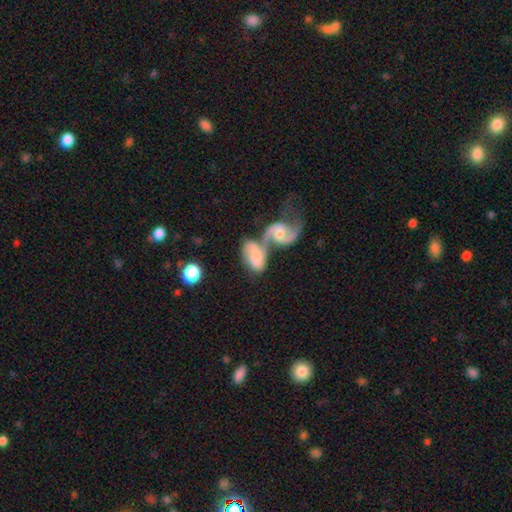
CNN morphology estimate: This appears to be a featured or disk galaxy (56%) with no bar (51%), spiral arms (85%) and a moderate central bulge (35%). Merging: merger (70%).